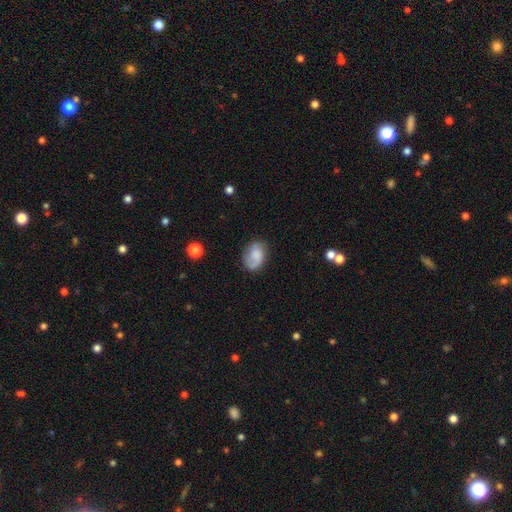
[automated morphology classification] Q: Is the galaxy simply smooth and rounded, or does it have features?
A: smooth — 62%.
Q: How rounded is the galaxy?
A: in between — 73%.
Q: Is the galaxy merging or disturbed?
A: none — 60%.